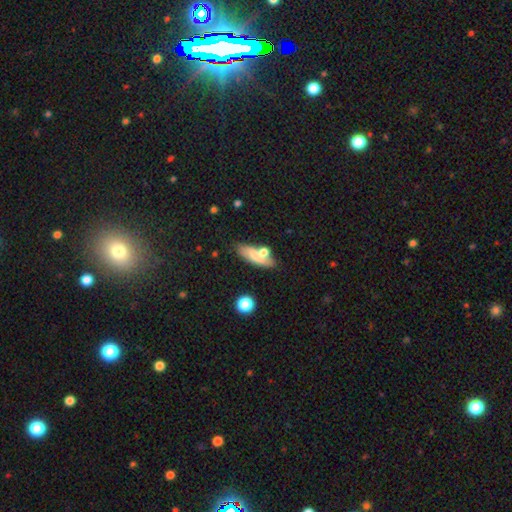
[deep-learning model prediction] Smooth or featured? Predicted: smooth (p=0.65). How rounded? Predicted: in between (p=0.58). Merging? Predicted: none (p=0.60).